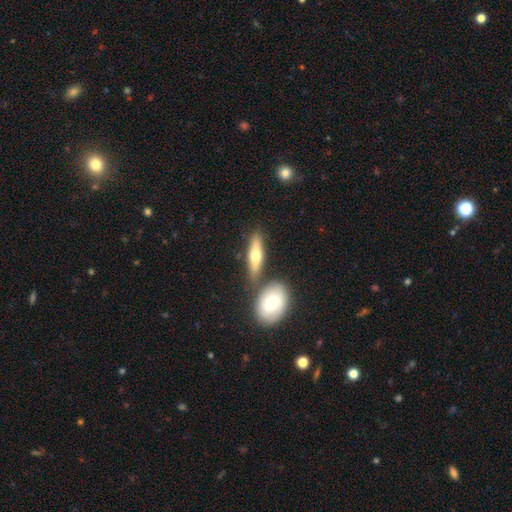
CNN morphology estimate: Overall: smooth (58%; featured or disk 36%). How rounded: cigar-shaped (54%; in between 42%). Merging: none (70%).